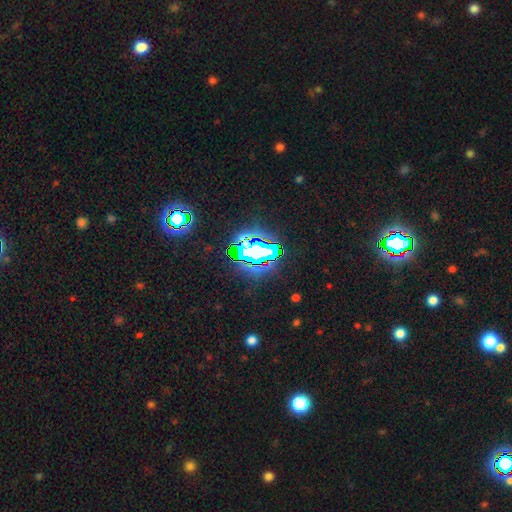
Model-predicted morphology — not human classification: The model was most divided on "smooth or featured": star or artifact: 72%, smooth: 15%, featured or disk: 13%.